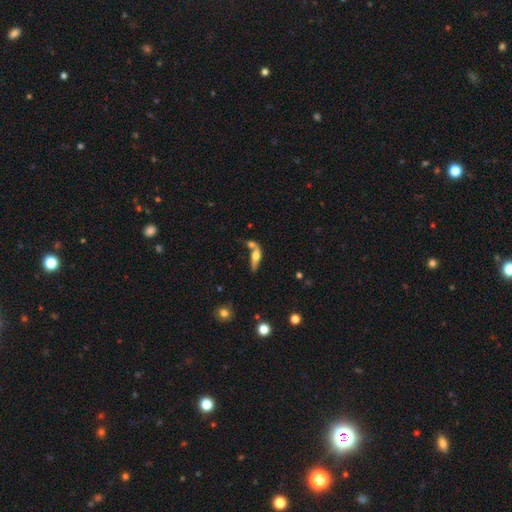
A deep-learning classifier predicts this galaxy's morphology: featured or disk 48%, smooth 43%, star or artifact 9%. Down the decision tree: merging — none (40%).